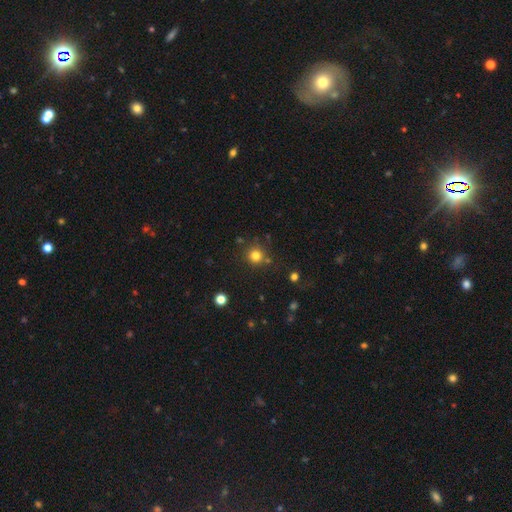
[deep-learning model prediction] A smooth galaxy with no disk features (79%) that is round (94%). Merging: none (81%).